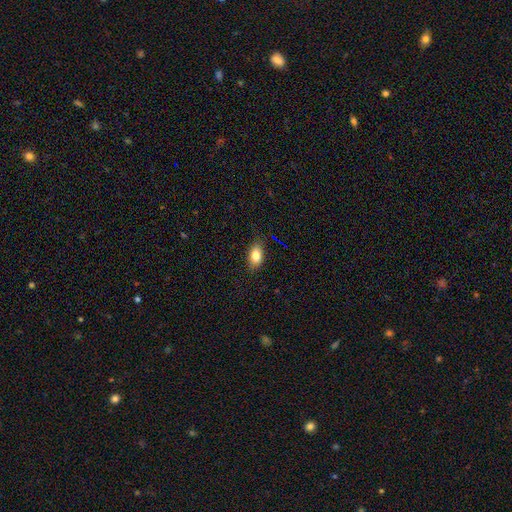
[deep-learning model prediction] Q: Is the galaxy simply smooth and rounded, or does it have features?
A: smooth — 82%.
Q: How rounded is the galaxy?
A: in between — 86%.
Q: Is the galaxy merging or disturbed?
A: none — 83%.